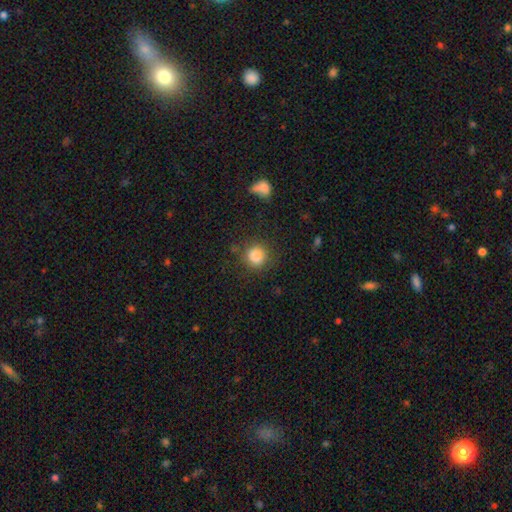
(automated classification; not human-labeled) Smooth or featured: smooth — 84% (star or artifact — 11%)
How rounded: round — 91% (in between — 8%)
Merging: none — 83% (minor disturbance — 10%)